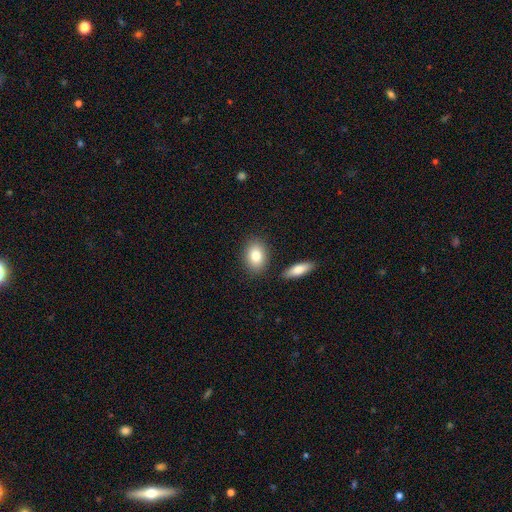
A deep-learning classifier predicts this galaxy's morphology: Smooth or featured: smooth — 82% (featured or disk — 10%)
How rounded: in between — 78% (round — 20%)
Merging: none — 82% (minor disturbance — 9%)